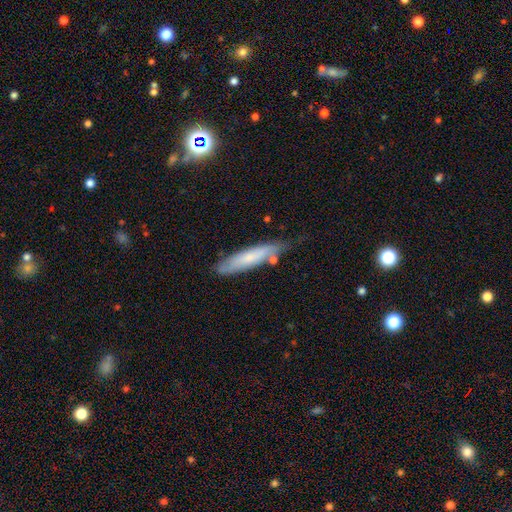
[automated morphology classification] Overall: smooth (51%; featured or disk 39%). How rounded: cigar-shaped (83%). Merging: none (70%).